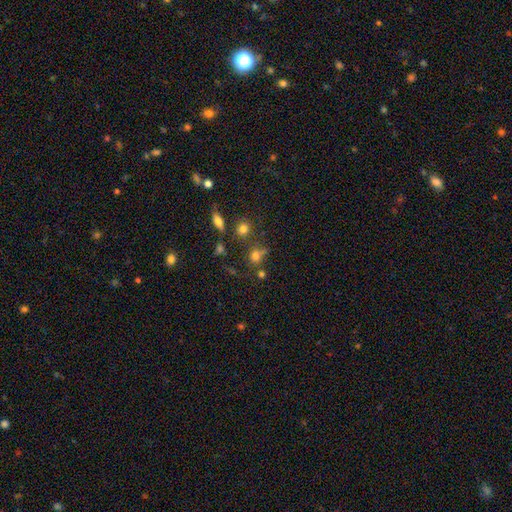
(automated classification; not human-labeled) This is likely a smooth galaxy (70%). How rounded: likely round (77%). Merging: possibly none (58%).